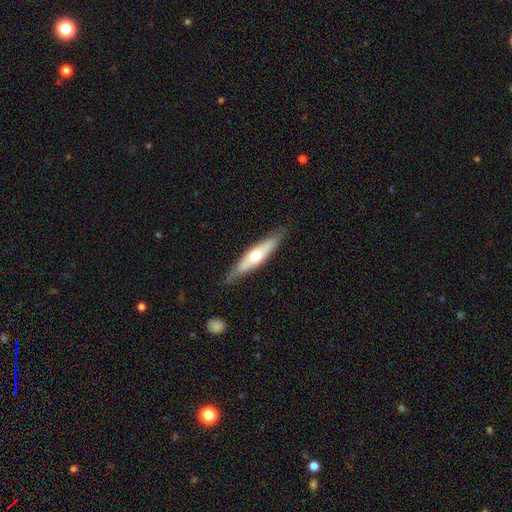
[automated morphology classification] Smooth or featured? featured or disk (53%)
Edge-on disk? yes (82%)
Merging? none (82%)